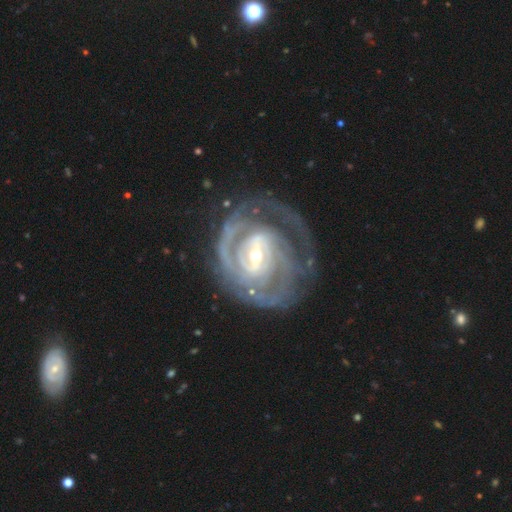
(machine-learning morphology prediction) Q: Smooth or featured?
A: featured or disk (90%); runner-up: smooth (5%)
Q: Edge-on disk?
A: no (97%); runner-up: yes (3%)
Q: Bar?
A: weak (46%); runner-up: strong (34%)
Q: Spiral arms?
A: yes (96%); runner-up: no (4%)
Q: Spiral winding?
A: tight (70%); runner-up: medium (24%)
Q: Spiral arm count?
A: 2 (34%); runner-up: can't tell (26%)
Q: Bulge size?
A: small (56%); runner-up: moderate (39%)
Q: Merging?
A: none (64%); runner-up: minor disturbance (18%)